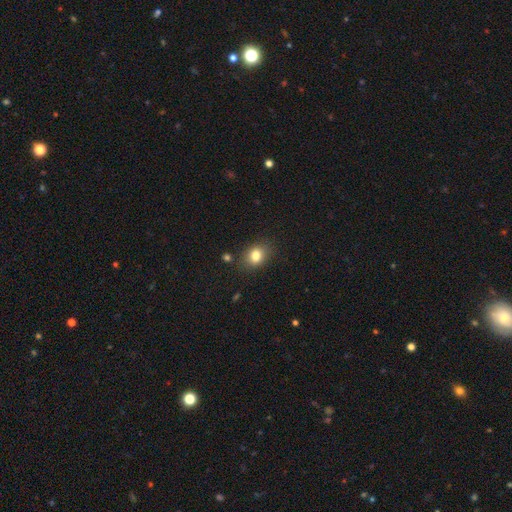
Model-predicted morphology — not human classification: smooth_or_featured: smooth (p=0.80) [alt: star or artifact p=0.11]
how_rounded: in between (p=0.57) [alt: round p=0.41]
merging: none (p=0.82) [alt: minor disturbance p=0.12]